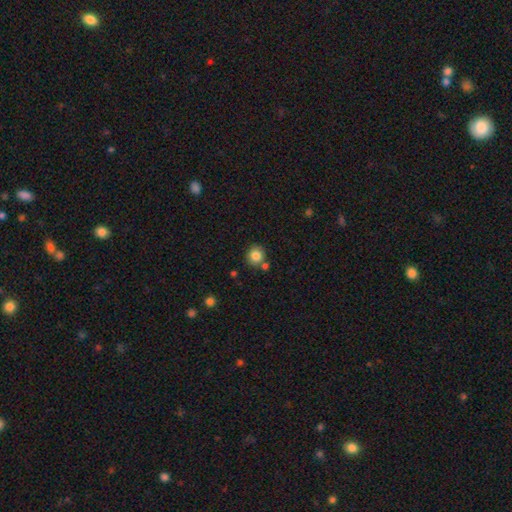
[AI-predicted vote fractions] Overall: smooth (83%). How rounded: round (88%). Merging: none (75%).